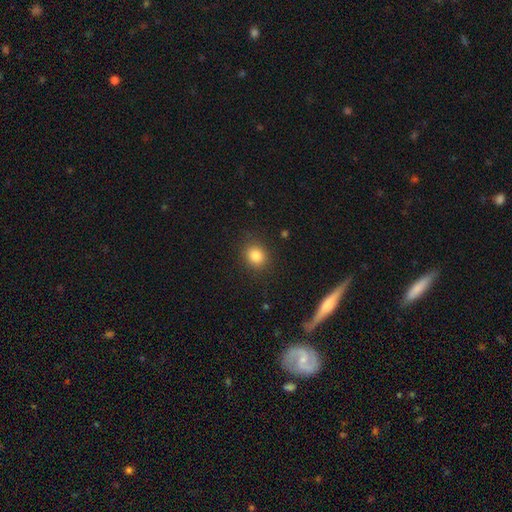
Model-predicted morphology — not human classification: The model was most divided on "how rounded": round: 70%, in between: 29%, cigar-shaped: 1%. More confident: merging — none (86%); smooth or featured — smooth (84%).